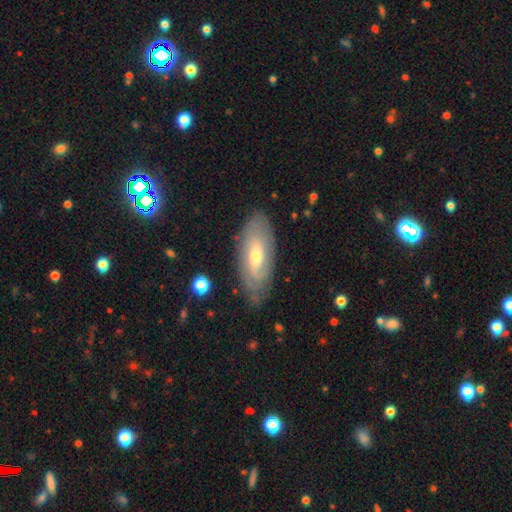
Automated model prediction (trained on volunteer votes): Morphology: type=featured or disk (64%); edge-on=no (86%); bar=no (59%); spiral arms=yes (77%); bulge=moderate (48%); merging=none (77%).